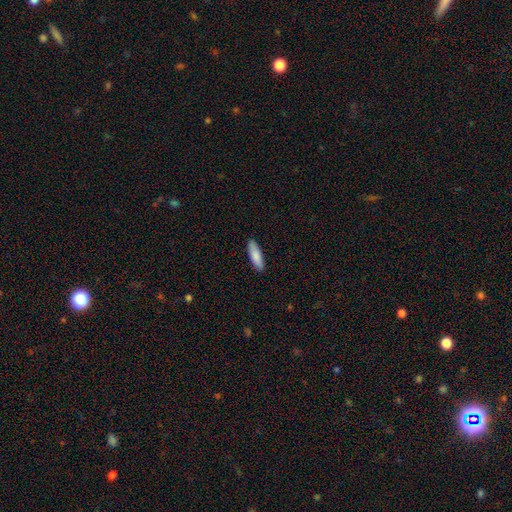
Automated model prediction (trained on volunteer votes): A smooth galaxy with no disk features (85%) that is cigar-shaped (52%).

Vote fractions:
- Smooth or featured? smooth: 85% / featured or disk: 10% / star or artifact: 5%
- How rounded? cigar-shaped: 52% / in between: 47% / round: 2%
- Merging? none: 89% / minor disturbance: 8% / major disturbance: 2% / merger: 1%